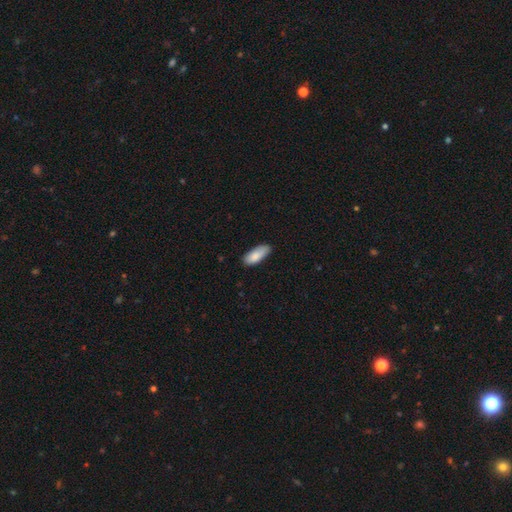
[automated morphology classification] A smooth galaxy with no disk features (86%) that is in between round and cigar-shaped (81%).

Vote fractions:
- Smooth or featured? smooth: 86% / featured or disk: 8% / star or artifact: 6%
- How rounded? in between: 81% / cigar-shaped: 17% / round: 2%
- Merging? none: 76% / minor disturbance: 20% / major disturbance: 3% / merger: 1%